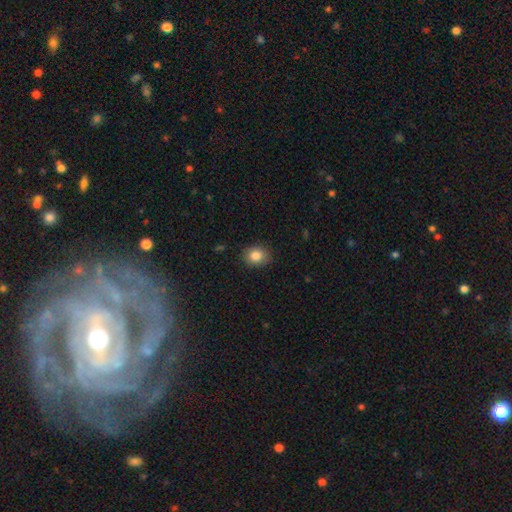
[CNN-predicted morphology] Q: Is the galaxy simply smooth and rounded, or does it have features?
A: smooth — 84%.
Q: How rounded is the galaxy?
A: round — 53%.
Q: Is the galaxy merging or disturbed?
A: none — 86%.